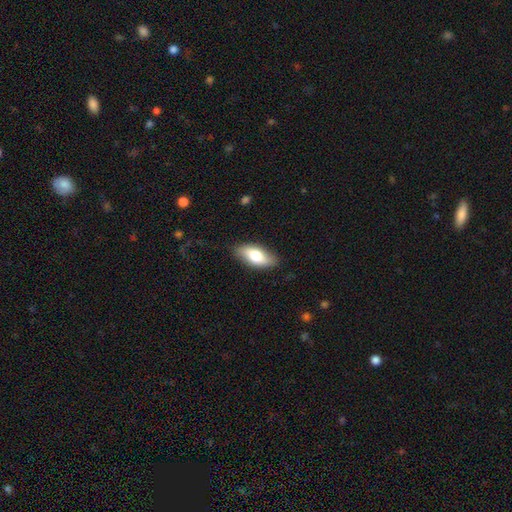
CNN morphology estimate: Smooth or featured? Predicted: smooth (p=0.70). How rounded? Predicted: in between (p=0.85). Merging? Predicted: none (p=0.84).